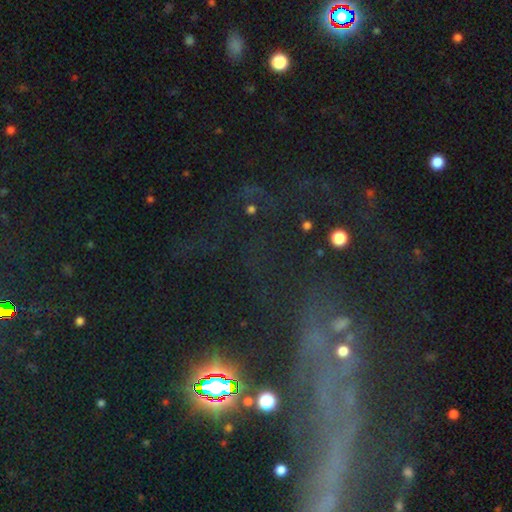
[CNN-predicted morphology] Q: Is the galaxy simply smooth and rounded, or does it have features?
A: star or artifact — 67%.